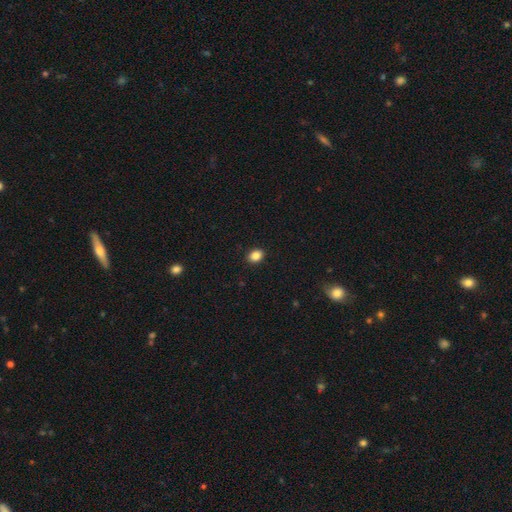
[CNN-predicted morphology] Overall: smooth (86%). How rounded: in between (53%; round 47%). Merging: none (91%).